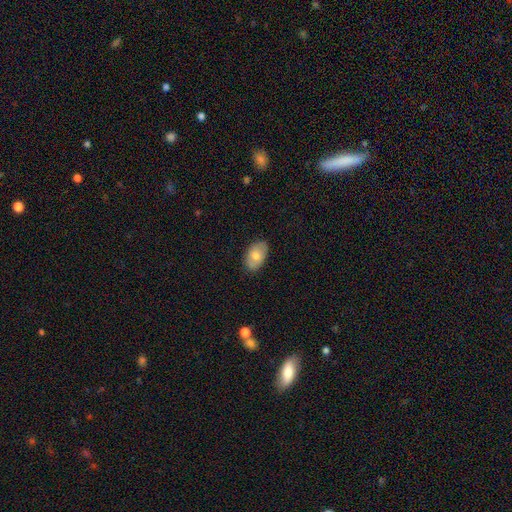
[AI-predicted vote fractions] The model was most divided on "smooth or featured": smooth: 70%, featured or disk: 23%, star or artifact: 7%. More confident: how rounded — in between (91%); merging — none (83%).